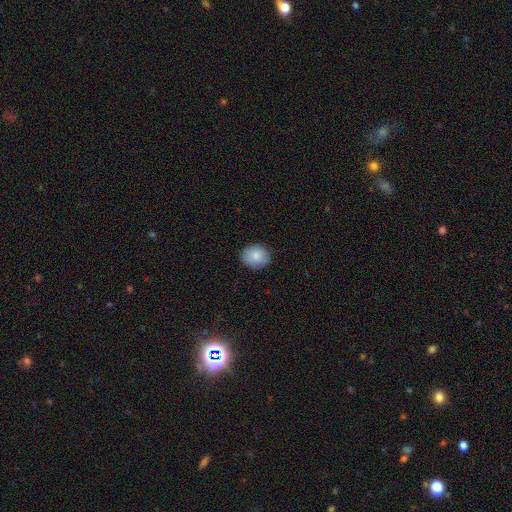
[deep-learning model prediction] Smooth or featured: smooth — 86% (star or artifact — 7%)
How rounded: round — 64% (in between — 35%)
Merging: none — 86% (minor disturbance — 10%)